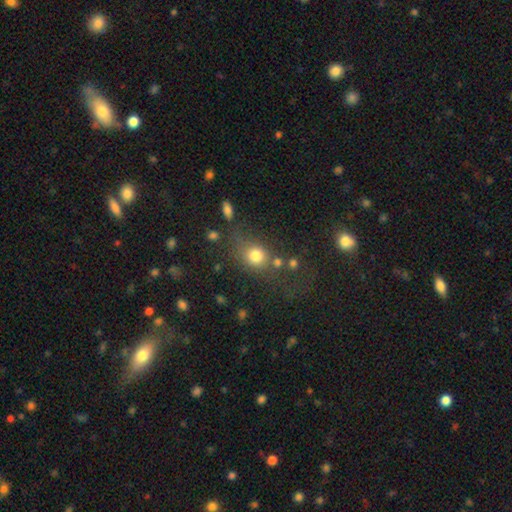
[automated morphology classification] Smooth or featured? Predicted: smooth (p=0.78). How rounded? Predicted: round (p=0.67). Merging? Predicted: none (p=0.52).